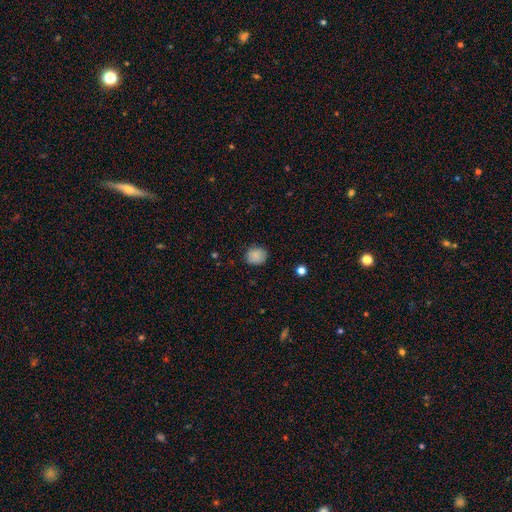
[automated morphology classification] Smooth or featured: smooth — 85% (star or artifact — 10%)
How rounded: round — 75% (in between — 24%)
Merging: none — 81% (minor disturbance — 15%)